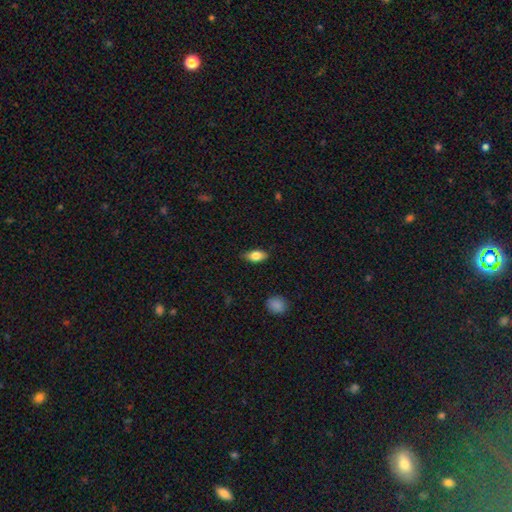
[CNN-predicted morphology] smooth-or-featured: smooth: 80% | featured or disk: 13% | star or artifact: 7%
  how-rounded: in between: 88% | cigar-shaped: 7% | round: 5%
  merging: none: 83% | minor disturbance: 13% | major disturbance: 3% | merger: 1%